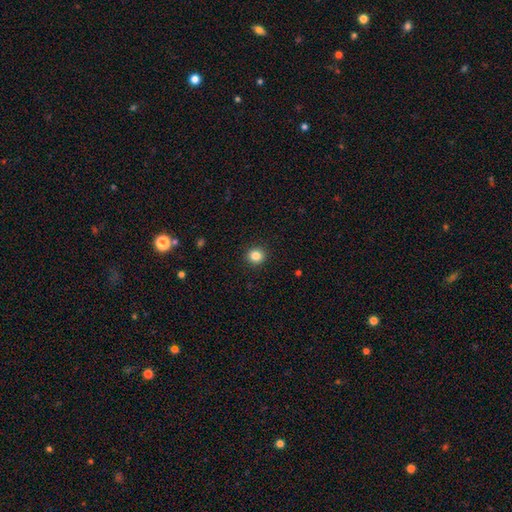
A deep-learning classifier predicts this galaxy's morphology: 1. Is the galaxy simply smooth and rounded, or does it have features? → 84% smooth, 12% star or artifact, 5% featured or disk.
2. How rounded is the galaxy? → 92% round, 7% in between, 1% cigar-shaped.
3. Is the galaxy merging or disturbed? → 93% none, 5% minor disturbance, 2% major disturbance, 1% merger.